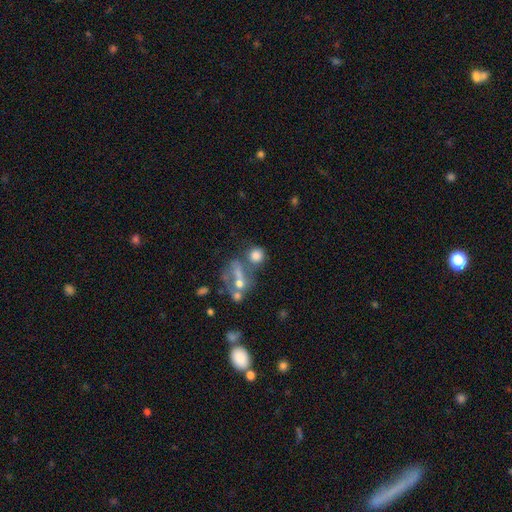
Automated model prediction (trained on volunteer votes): Smooth or featured: smooth — 73% (featured or disk — 14%)
How rounded: round — 79% (in between — 19%)
Merging: none — 45% (merger — 34%)